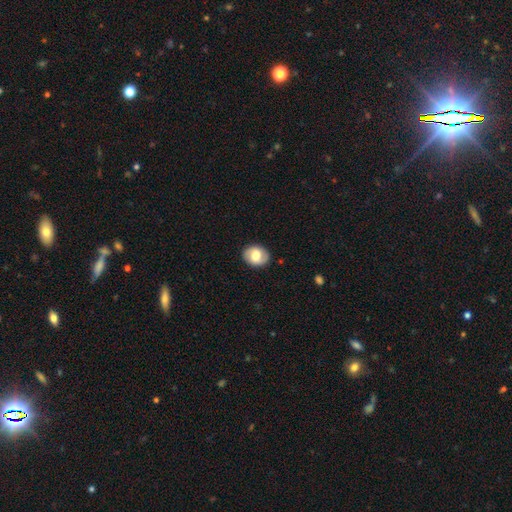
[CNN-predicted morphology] type=smooth (58%); roundness=round (50%); merging=none (86%).